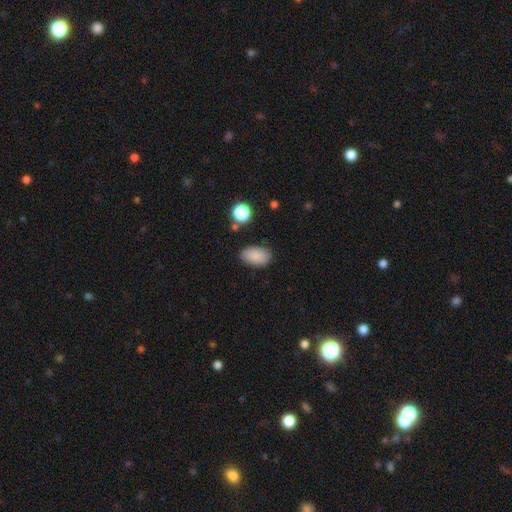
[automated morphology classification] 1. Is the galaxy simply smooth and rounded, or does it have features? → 86% smooth, 9% star or artifact, 5% featured or disk.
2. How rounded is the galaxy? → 92% in between, 7% round, 2% cigar-shaped.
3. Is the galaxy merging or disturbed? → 83% none, 12% minor disturbance, 3% major disturbance, 2% merger.